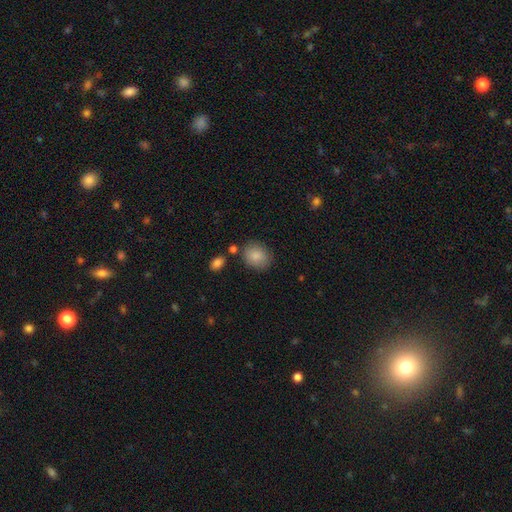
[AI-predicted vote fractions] smooth_or_featured: smooth (p=0.87) [alt: star or artifact p=0.07]
how_rounded: round (p=0.57) [alt: in between p=0.42]
merging: none (p=0.78) [alt: minor disturbance p=0.13]